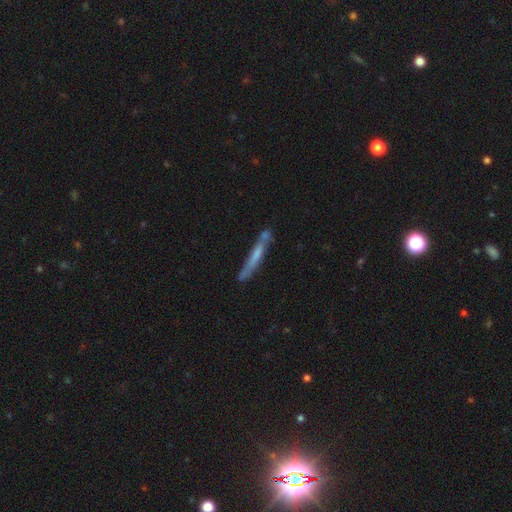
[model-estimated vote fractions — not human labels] smooth 48%, featured or disk 45%, star or artifact 7%. Down the decision tree: merging — none (67%).